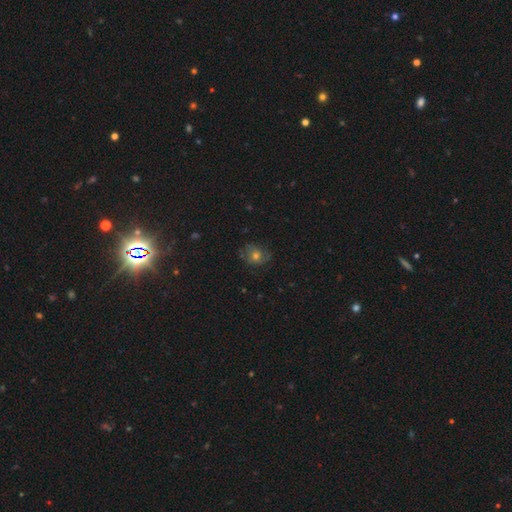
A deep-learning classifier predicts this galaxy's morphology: type=featured or disk (41%); merging=none (71%).